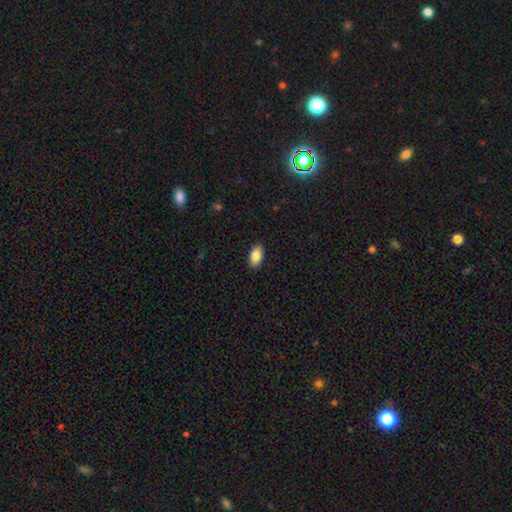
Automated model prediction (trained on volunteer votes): The model was most divided on "smooth or featured": smooth: 87%, star or artifact: 7%, featured or disk: 6%. More confident: how rounded — in between (94%); merging — none (89%).